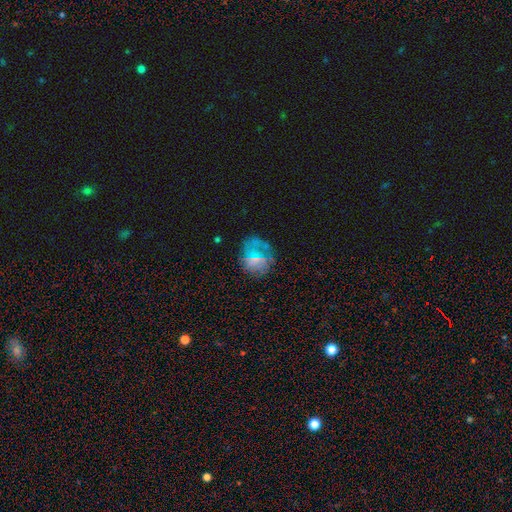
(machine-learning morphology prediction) smooth-or-featured: smooth: 43% | featured or disk: 40% | star or artifact: 16%
  merging: none: 50% | major disturbance: 23% | minor disturbance: 22% | merger: 4%